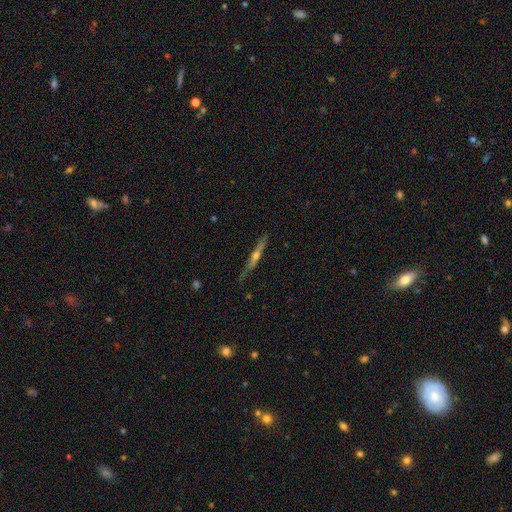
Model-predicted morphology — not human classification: Smooth or featured? Predicted: featured or disk (p=0.71). Edge-on disk? Predicted: yes (p=0.96). Edge-on bulge? Predicted: rounded (p=0.80). Merging? Predicted: none (p=0.77).